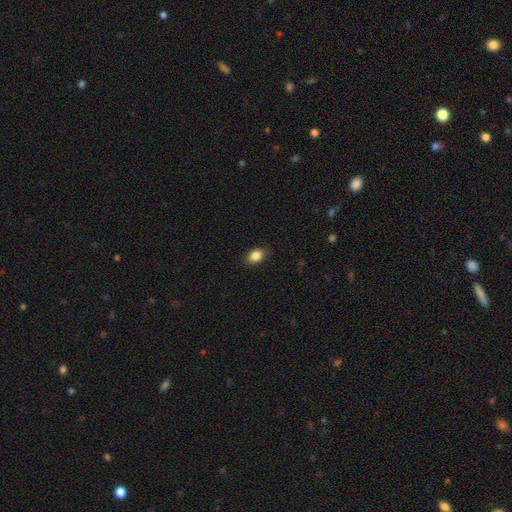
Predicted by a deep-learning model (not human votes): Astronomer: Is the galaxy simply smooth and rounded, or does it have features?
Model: smooth — 86%.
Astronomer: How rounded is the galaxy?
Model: in between — 75%.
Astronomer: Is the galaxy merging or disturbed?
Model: none — 85%.